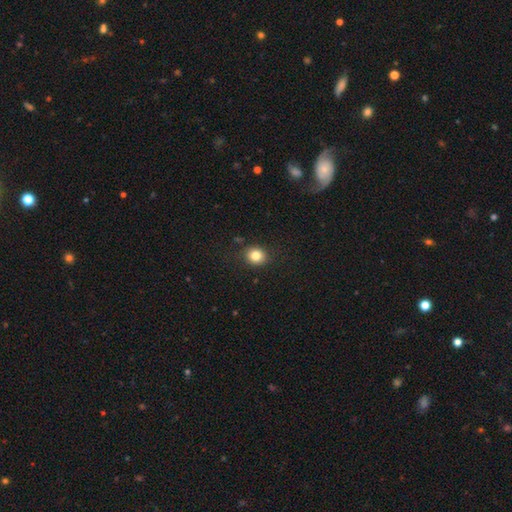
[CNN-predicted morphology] type=smooth (82%); roundness=round (77%); merging=none (88%).